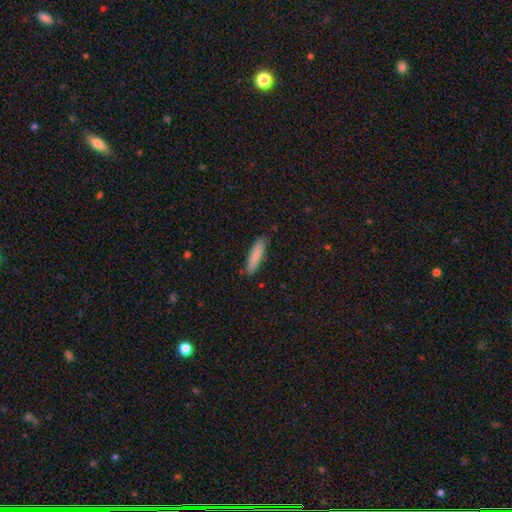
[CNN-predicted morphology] Smooth or featured? Predicted: smooth (p=0.84). How rounded? Predicted: cigar-shaped (p=0.77). Merging? Predicted: none (p=0.83).